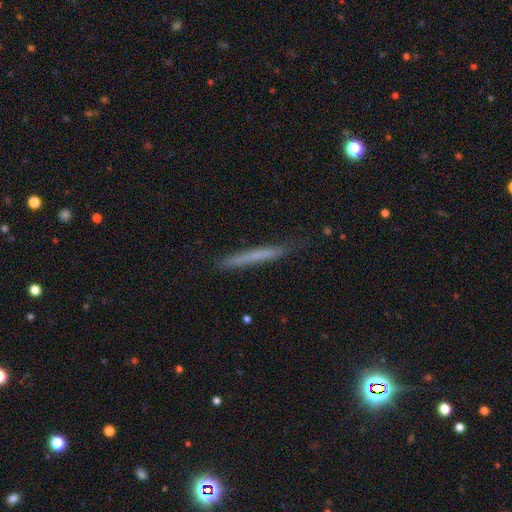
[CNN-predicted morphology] smooth 59%, featured or disk 33%, star or artifact 8%. Down the decision tree: how rounded — cigar-shaped (97%); merging — none (81%).